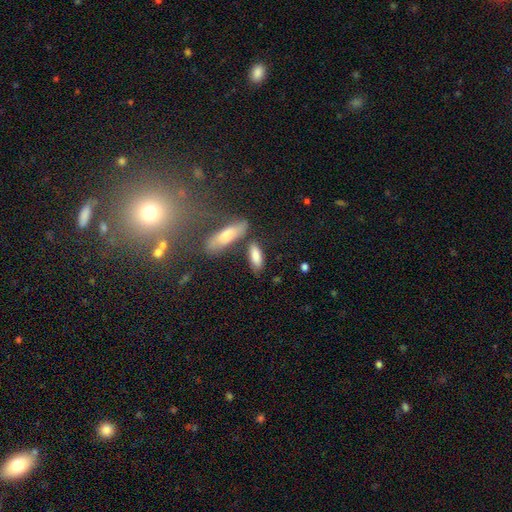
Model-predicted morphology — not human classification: smooth_or_featured: smooth (p=0.82) [alt: featured or disk p=0.12]
how_rounded: in between (p=0.63) [alt: cigar-shaped p=0.35]
merging: none (p=0.65) [alt: minor disturbance p=0.15]